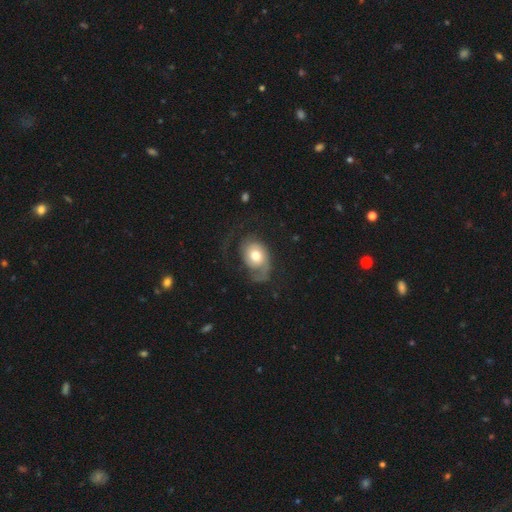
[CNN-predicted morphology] A featured or disk galaxy (59%) with no bar (78%), spiral arms (84%) and a moderate central bulge (66%).

Vote fractions:
- Smooth or featured? featured or disk: 59% / smooth: 34% / star or artifact: 6%
- Edge-on disk? no: 95% / yes: 5%
- Bar? no: 78% / weak: 19% / strong: 4%
- Spiral arms? yes: 84% / no: 16%
- Bulge size? moderate: 66% / large: 21% / small: 9% / dominant: 3% / none: 1%
- Merging? none: 44% / major disturbance: 33% / minor disturbance: 21% / merger: 2%